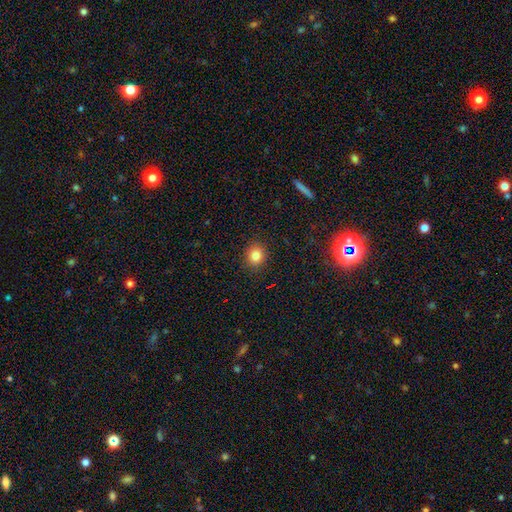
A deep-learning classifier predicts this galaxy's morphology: This is clearly a smooth galaxy (83%). How rounded: clearly round (81%). Merging: clearly none (90%).